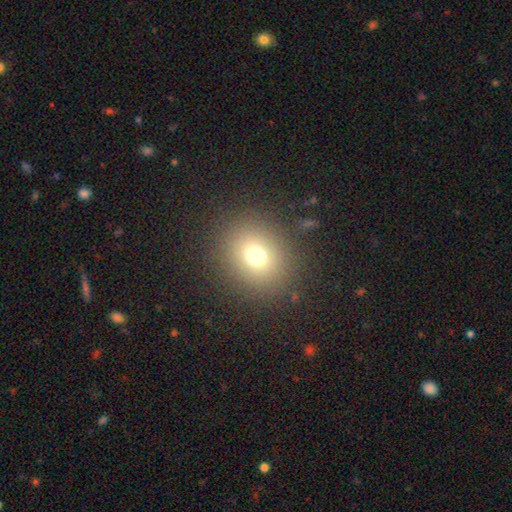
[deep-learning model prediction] Overall: smooth (72%). How rounded: round (76%). Merging: none (87%).